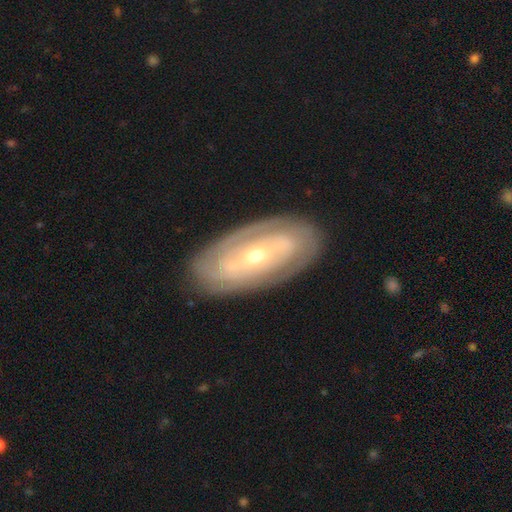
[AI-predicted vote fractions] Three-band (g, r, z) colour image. It shows a featured or disk galaxy (80%) with no bar (40%), 2 (45%) tight (69%) spiral arms (80%) and a moderate central bulge (53%). Merging: none (84%).